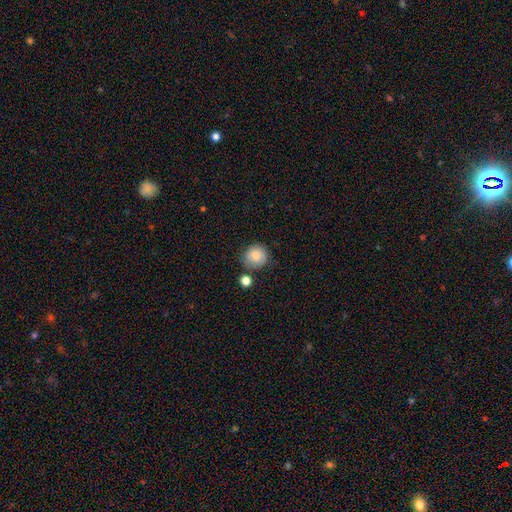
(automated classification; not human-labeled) smooth-or-featured: smooth: 81% | featured or disk: 10% | star or artifact: 9%
  how-rounded: round: 90% | in between: 9% | cigar-shaped: 1%
  merging: none: 74% | minor disturbance: 15% | merger: 8% | major disturbance: 4%